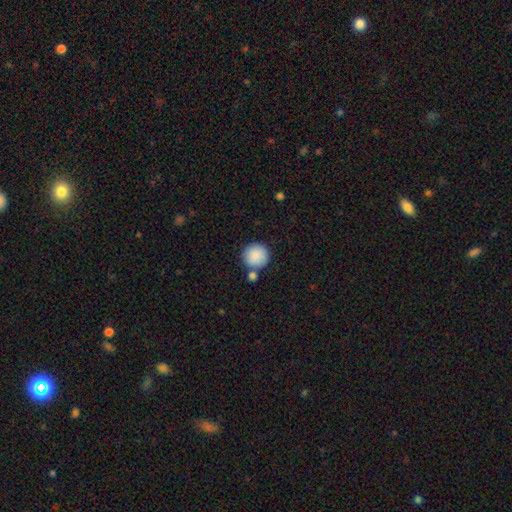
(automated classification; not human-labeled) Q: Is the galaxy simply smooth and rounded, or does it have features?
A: smooth — 88%.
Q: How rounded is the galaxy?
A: round — 95%.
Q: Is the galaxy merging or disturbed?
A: none — 74%.